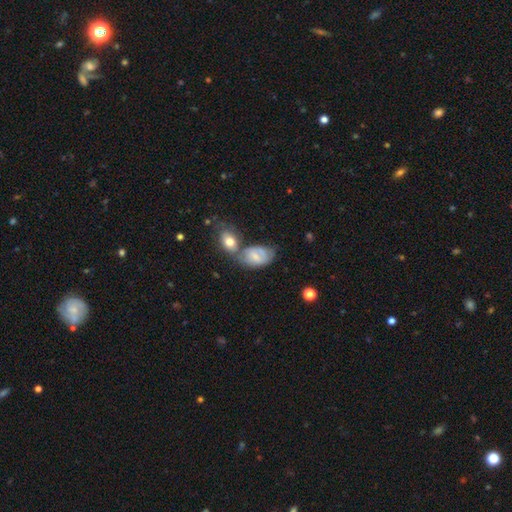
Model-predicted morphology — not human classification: The model was most divided on "merging": none: 38%, merger: 33%, minor disturbance: 20%, major disturbance: 10%. More confident: how rounded — in between (87%); smooth or featured — smooth (51%).